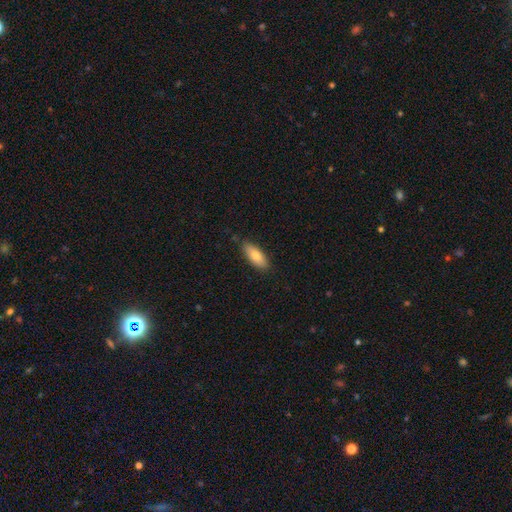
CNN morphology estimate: Smooth or featured?
  - smooth: 80% *
  - featured or disk: 14%
  - star or artifact: 6%
How rounded?
  - in between: 76% *
  - cigar-shaped: 22%
  - round: 2%
Merging?
  - none: 81% *
  - minor disturbance: 15%
  - major disturbance: 2%
  - merger: 1%